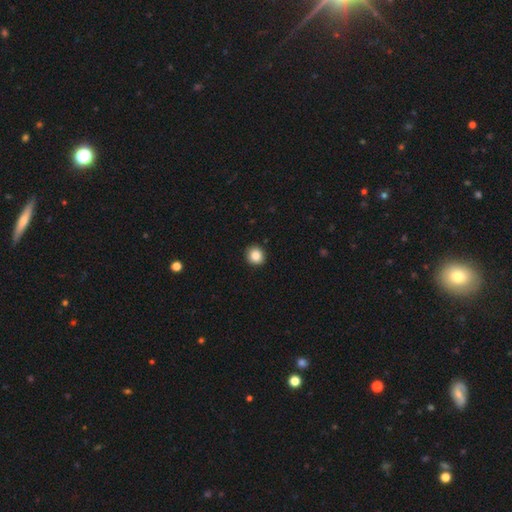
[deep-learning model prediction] Smooth or featured: smooth — 87% (star or artifact — 10%)
How rounded: round — 89% (in between — 10%)
Merging: none — 92% (minor disturbance — 6%)